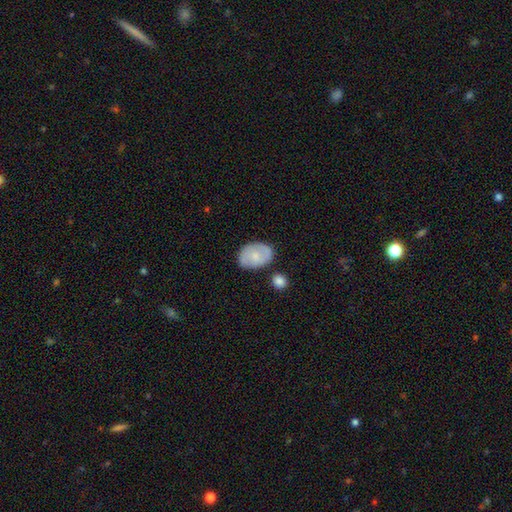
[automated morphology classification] Smooth or featured? smooth (63%)
How rounded? in between (79%)
Merging? none (69%)